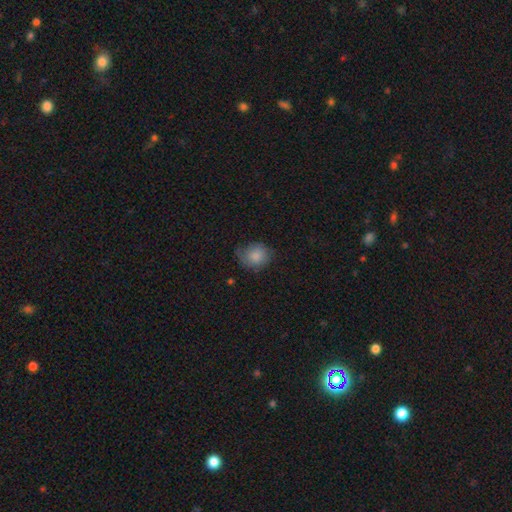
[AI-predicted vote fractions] smooth 76%, featured or disk 16%, star or artifact 8%. Down the decision tree: how rounded — round (70%); merging — none (56%).